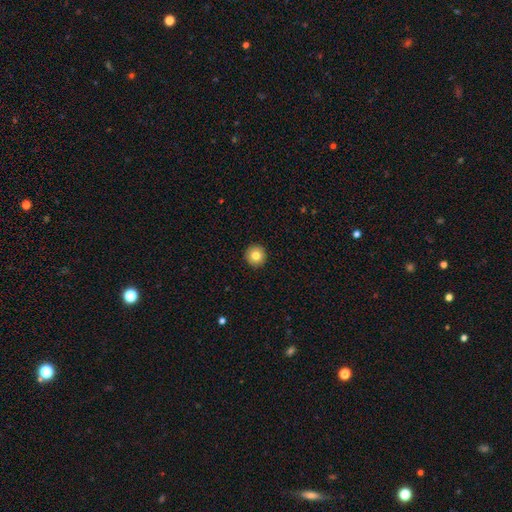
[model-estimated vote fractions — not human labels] Morphology: type=smooth (81%); roundness=round (96%); merging=none (94%).